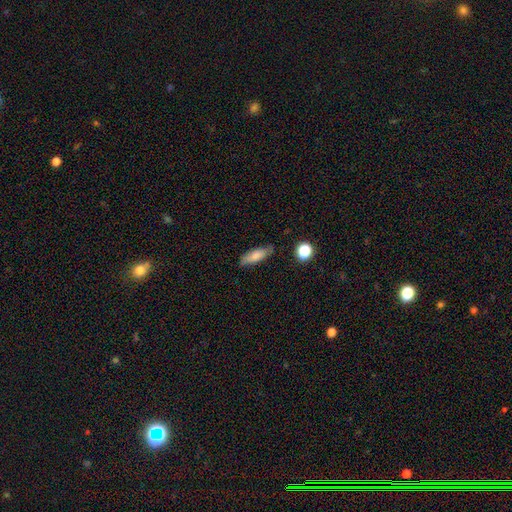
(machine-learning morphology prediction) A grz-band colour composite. It shows a smooth galaxy with no disk features (74%) that is in between round and cigar-shaped (50%). Merging: none (78%).